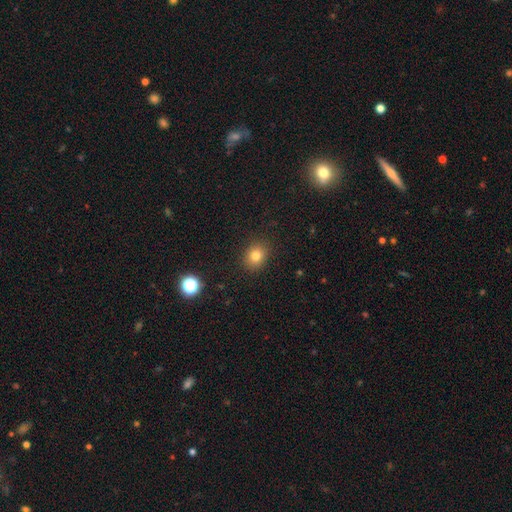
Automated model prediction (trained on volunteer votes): smooth-or-featured: smooth: 79% | star or artifact: 14% | featured or disk: 7%
  how-rounded: round: 64% | in between: 35% | cigar-shaped: 1%
  merging: none: 89% | minor disturbance: 8% | major disturbance: 2% | merger: 1%